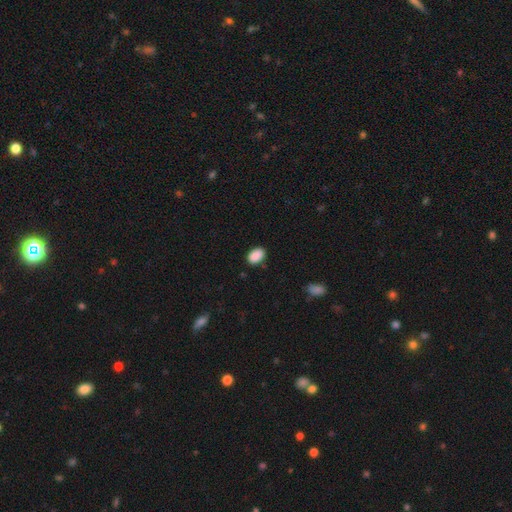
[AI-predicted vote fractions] Smooth or featured: smooth — 90% (star or artifact — 7%)
How rounded: in between — 88% (round — 10%)
Merging: none — 85% (minor disturbance — 11%)